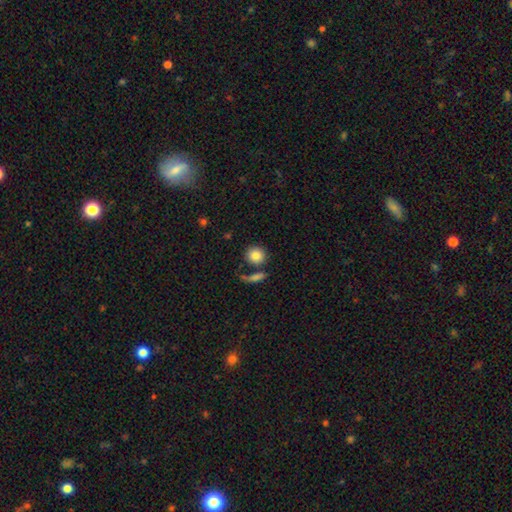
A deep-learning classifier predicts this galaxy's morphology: Smooth or featured? smooth (84%)
How rounded? round (83%)
Merging? none (72%)